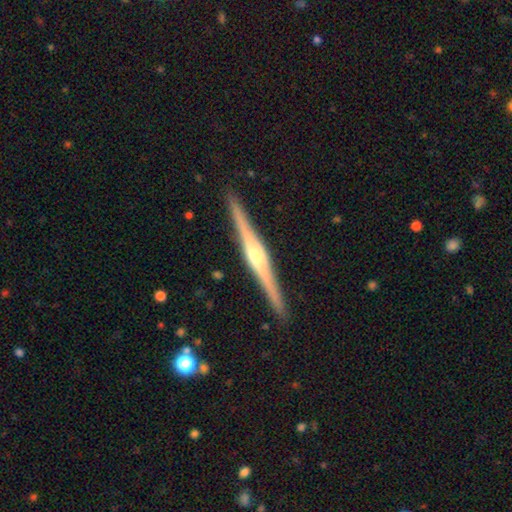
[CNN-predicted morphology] A featured or disk galaxy (85%) viewed edge-on (99%) with a rounded central bulge (79%). Merging: none (92%).